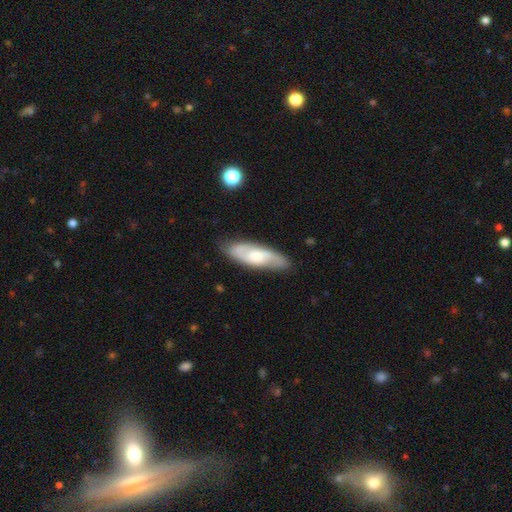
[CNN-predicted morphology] type=featured or disk (53%); edge-on=no (76%); merging=none (80%).